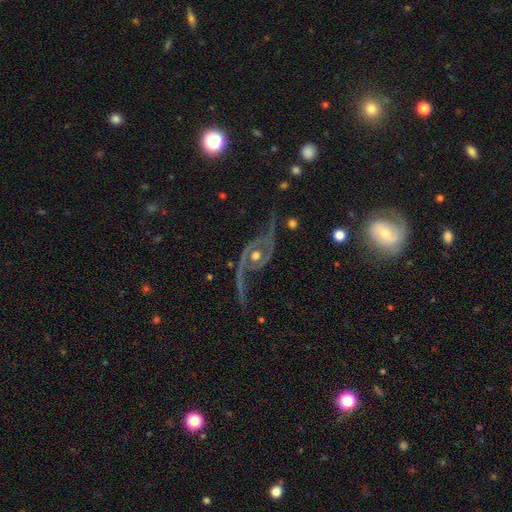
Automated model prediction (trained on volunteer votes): This appears to be a featured or disk galaxy (89%) with no bar (75%), 2 (90%) loose (63%) spiral arms (88%) and a moderate central bulge (76%). Merging: none (52%).